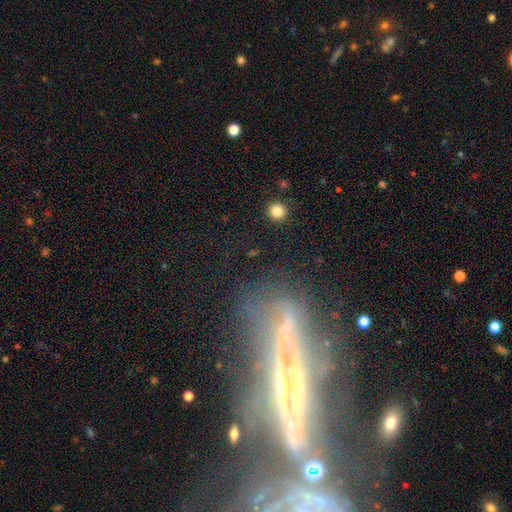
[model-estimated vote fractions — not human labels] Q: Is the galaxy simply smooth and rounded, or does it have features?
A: featured or disk — 69%.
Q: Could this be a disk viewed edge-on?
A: yes — 66%.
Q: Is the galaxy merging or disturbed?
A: none — 49%.